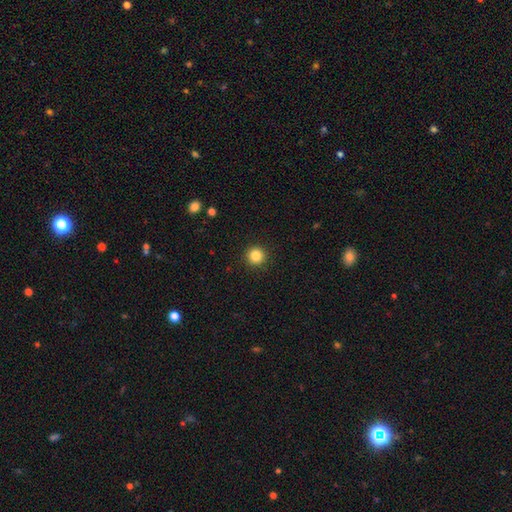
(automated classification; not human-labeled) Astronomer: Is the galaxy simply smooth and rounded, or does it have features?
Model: smooth — 84%.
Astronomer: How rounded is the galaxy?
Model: round — 96%.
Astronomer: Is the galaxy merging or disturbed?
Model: none — 93%.